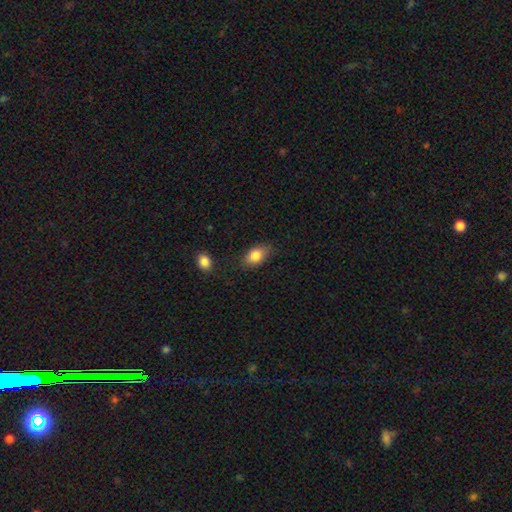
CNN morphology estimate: Smooth or featured? smooth (82%)
How rounded? in between (86%)
Merging? none (76%)